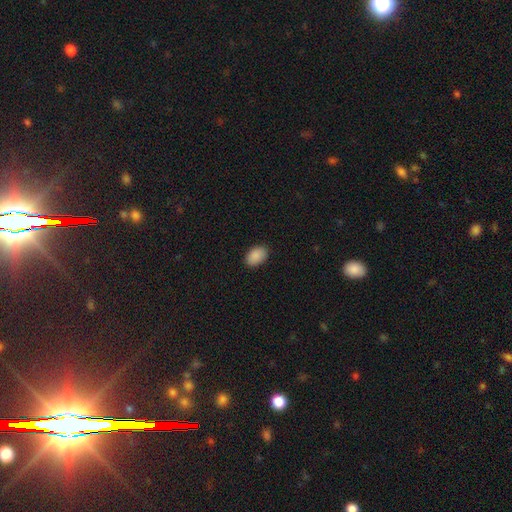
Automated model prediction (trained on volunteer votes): Smooth or featured: smooth — 90% (star or artifact — 7%)
How rounded: in between — 88% (round — 10%)
Merging: none — 89% (minor disturbance — 8%)